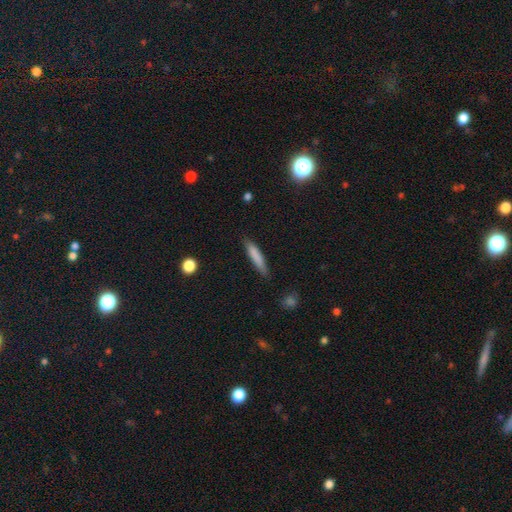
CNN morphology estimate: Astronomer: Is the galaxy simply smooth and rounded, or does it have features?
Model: smooth — 79%.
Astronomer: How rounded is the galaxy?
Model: cigar-shaped — 89%.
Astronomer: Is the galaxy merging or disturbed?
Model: none — 83%.